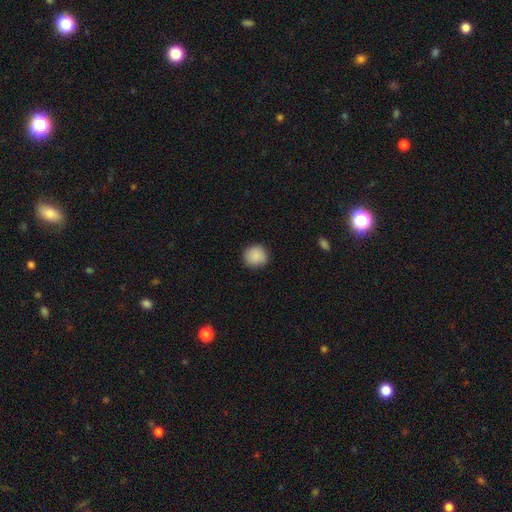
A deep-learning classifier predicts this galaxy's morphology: The model was most divided on "smooth or featured": smooth: 87%, star or artifact: 8%, featured or disk: 5%. More confident: how rounded — round (92%); merging — none (88%).